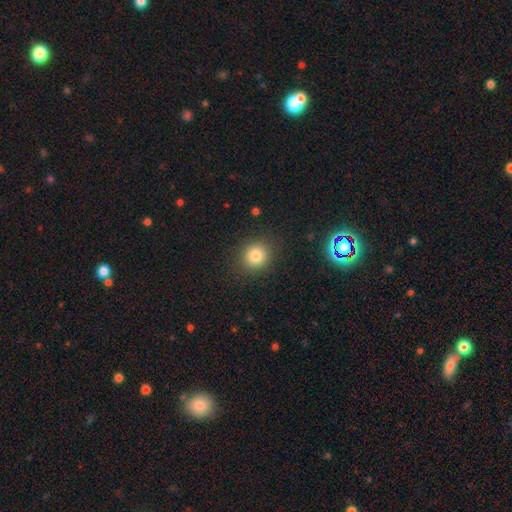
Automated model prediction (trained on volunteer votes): smooth_or_featured: smooth (p=0.82) [alt: star or artifact p=0.12]
how_rounded: round (p=0.83) [alt: in between p=0.16]
merging: none (p=0.88) [alt: minor disturbance p=0.08]